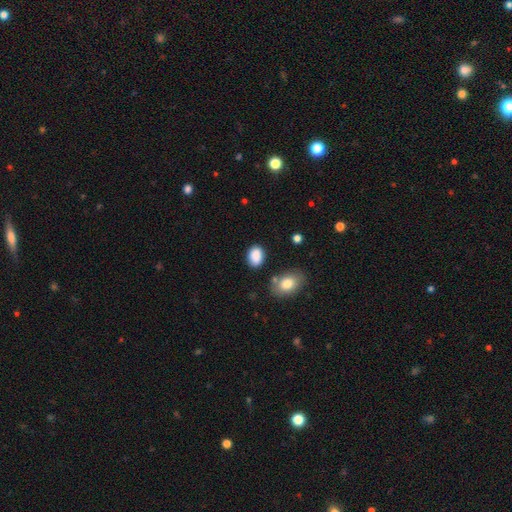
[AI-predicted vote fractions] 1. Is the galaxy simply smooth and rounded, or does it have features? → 88% smooth, 8% star or artifact, 4% featured or disk.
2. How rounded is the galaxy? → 79% in between, 20% round, 1% cigar-shaped.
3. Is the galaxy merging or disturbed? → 78% none, 14% minor disturbance, 4% merger, 3% major disturbance.